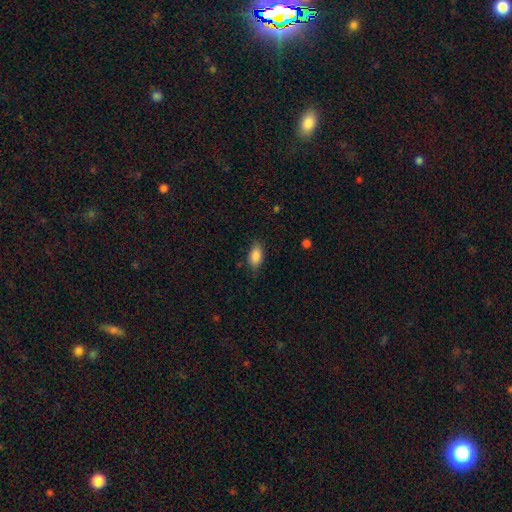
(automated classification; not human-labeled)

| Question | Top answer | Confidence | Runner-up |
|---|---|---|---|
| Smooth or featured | smooth | 86% | star or artifact (8%) |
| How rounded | in between | 90% | round (6%) |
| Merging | none | 79% | minor disturbance (16%) |